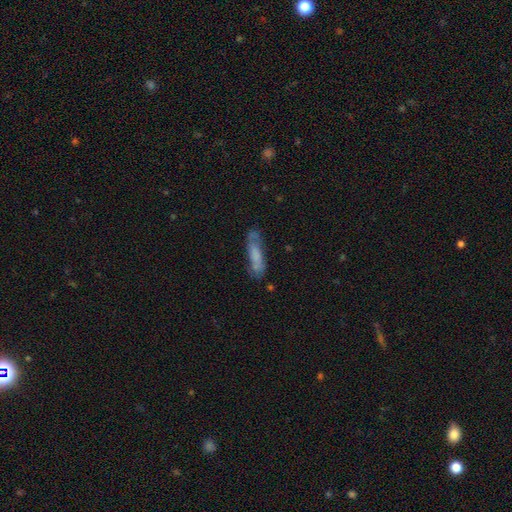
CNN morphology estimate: Q: Smooth or featured?
A: smooth (52%); runner-up: featured or disk (40%)
Q: How rounded?
A: cigar-shaped (72%); runner-up: in between (26%)
Q: Merging?
A: none (63%); runner-up: minor disturbance (23%)